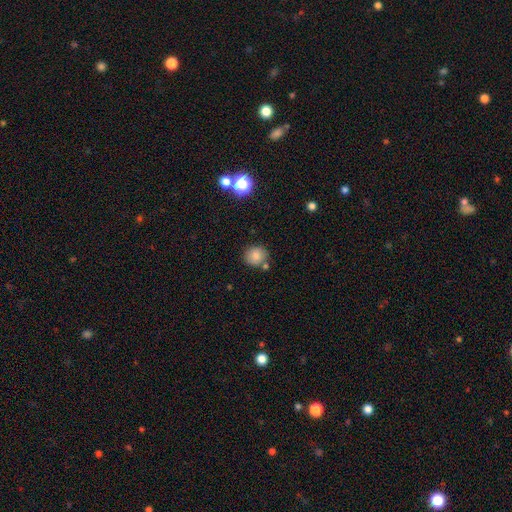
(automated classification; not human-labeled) Morphology: type=smooth (80%); roundness=round (86%); merging=none (75%).